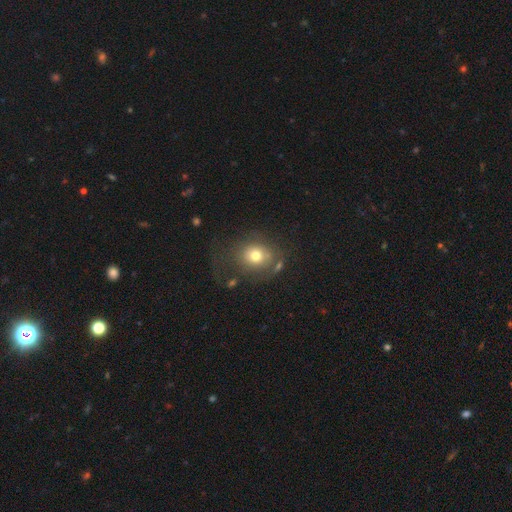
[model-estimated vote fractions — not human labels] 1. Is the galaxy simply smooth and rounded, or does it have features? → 68% smooth, 20% featured or disk, 12% star or artifact.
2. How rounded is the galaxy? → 68% round, 31% in between, 1% cigar-shaped.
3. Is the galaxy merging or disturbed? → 53% none, 21% major disturbance, 20% minor disturbance, 6% merger.